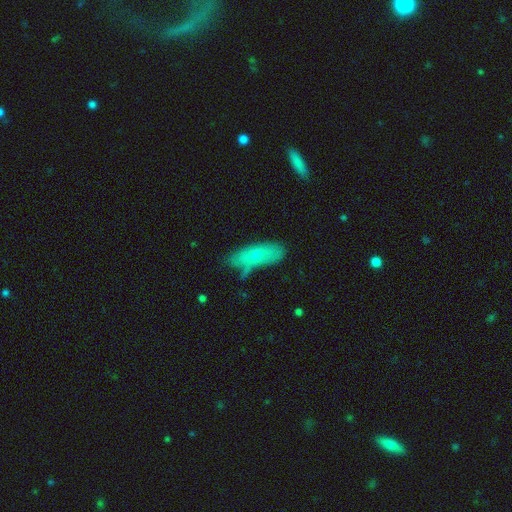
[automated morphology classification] Q: Smooth or featured?
A: smooth (67%); runner-up: featured or disk (26%)
Q: How rounded?
A: in between (73%); runner-up: cigar-shaped (24%)
Q: Merging?
A: none (48%); runner-up: minor disturbance (31%)